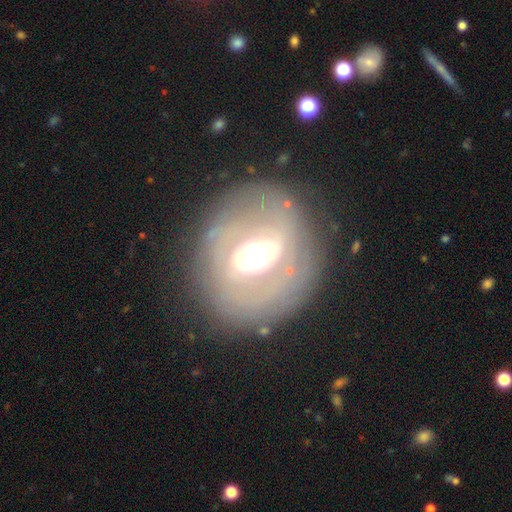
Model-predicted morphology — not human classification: Q: Smooth or featured?
A: featured or disk (67%); runner-up: smooth (24%)
Q: Edge-on disk?
A: no (94%); runner-up: yes (6%)
Q: Bar?
A: weak (40%); runner-up: strong (34%)
Q: Spiral arms?
A: yes (52%); runner-up: no (48%)
Q: Bulge size?
A: moderate (59%); runner-up: large (27%)
Q: Merging?
A: none (76%); runner-up: minor disturbance (14%)